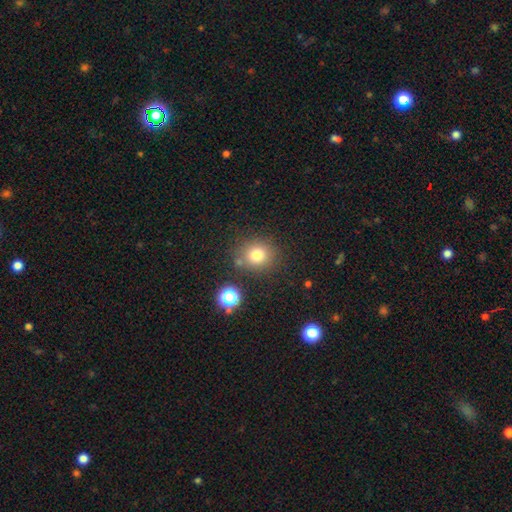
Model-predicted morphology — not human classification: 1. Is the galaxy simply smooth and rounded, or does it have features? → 78% smooth, 14% star or artifact, 8% featured or disk.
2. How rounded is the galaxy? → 83% round, 16% in between, 1% cigar-shaped.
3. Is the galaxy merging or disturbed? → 77% none, 11% minor disturbance, 8% merger, 4% major disturbance.